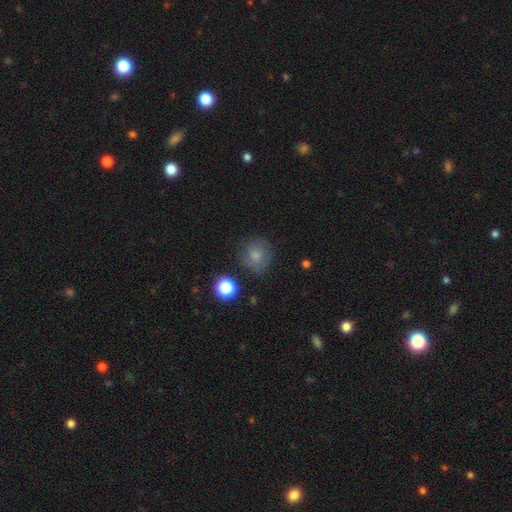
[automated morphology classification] smooth-or-featured: smooth: 76% | star or artifact: 12% | featured or disk: 12%
  how-rounded: round: 86% | in between: 13% | cigar-shaped: 1%
  merging: none: 73% | minor disturbance: 19% | major disturbance: 6% | merger: 3%